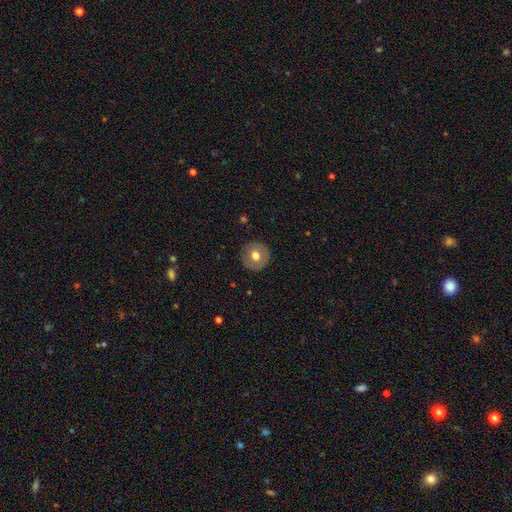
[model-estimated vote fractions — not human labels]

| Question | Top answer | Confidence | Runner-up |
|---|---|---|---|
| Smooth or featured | smooth | 69% | featured or disk (23%) |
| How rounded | round | 95% | in between (4%) |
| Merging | none | 91% | minor disturbance (6%) |